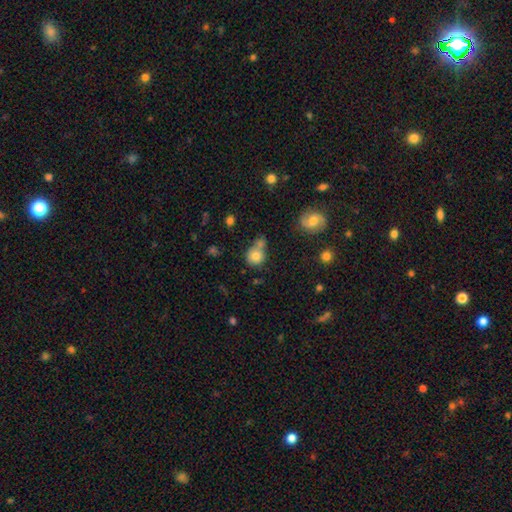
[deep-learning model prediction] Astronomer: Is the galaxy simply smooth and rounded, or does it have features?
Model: smooth — 80%.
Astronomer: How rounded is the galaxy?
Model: round — 83%.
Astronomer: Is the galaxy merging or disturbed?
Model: none — 51% (runner-up: merger, 32%).